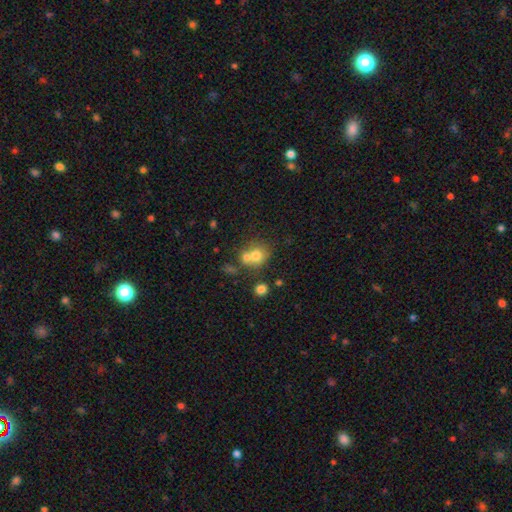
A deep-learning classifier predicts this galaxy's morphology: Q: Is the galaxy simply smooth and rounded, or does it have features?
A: smooth — 71%.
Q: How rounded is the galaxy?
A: round — 77%.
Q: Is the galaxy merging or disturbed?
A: merger — 47%.